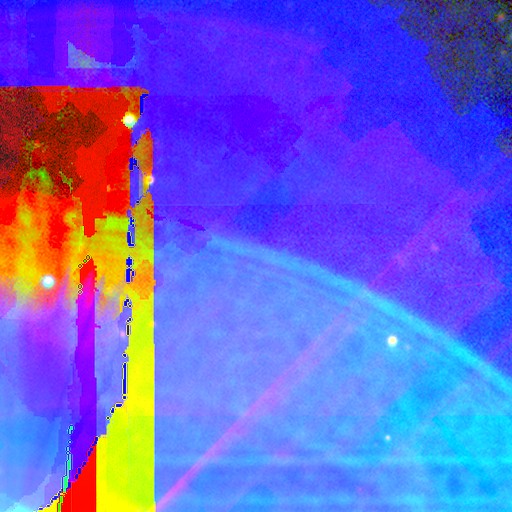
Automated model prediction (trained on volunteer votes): Smooth or featured? Predicted: star or artifact (p=0.88).